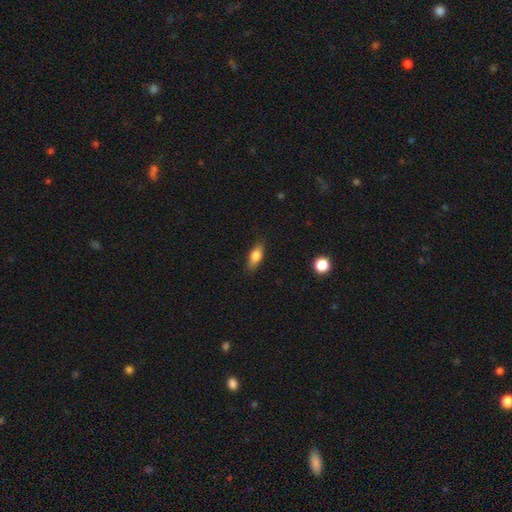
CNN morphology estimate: Smooth or featured? Predicted: smooth (p=0.72). How rounded? Predicted: in between (p=0.70). Merging? Predicted: none (p=0.83).